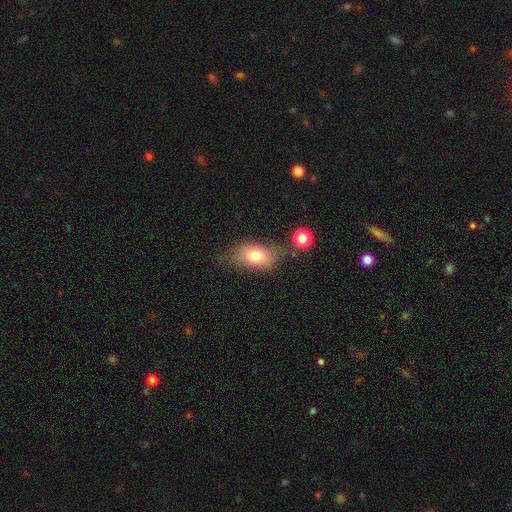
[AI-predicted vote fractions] smooth 75%, featured or disk 15%, star or artifact 10%. Down the decision tree: how rounded — in between (81%); merging — none (61%).